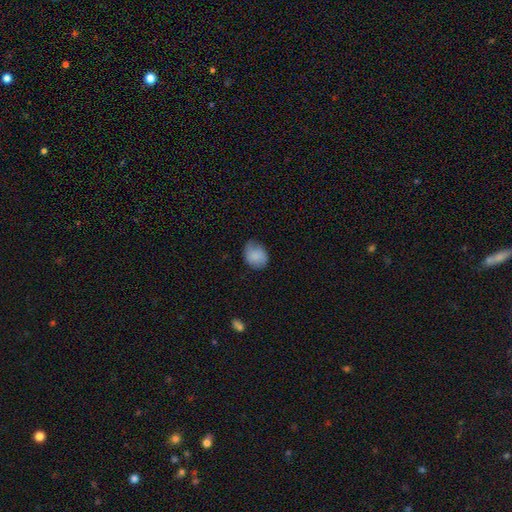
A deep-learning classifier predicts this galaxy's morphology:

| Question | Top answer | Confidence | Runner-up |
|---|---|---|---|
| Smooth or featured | smooth | 82% | featured or disk (11%) |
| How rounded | round | 52% | in between (47%) |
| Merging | none | 62% | minor disturbance (30%) |